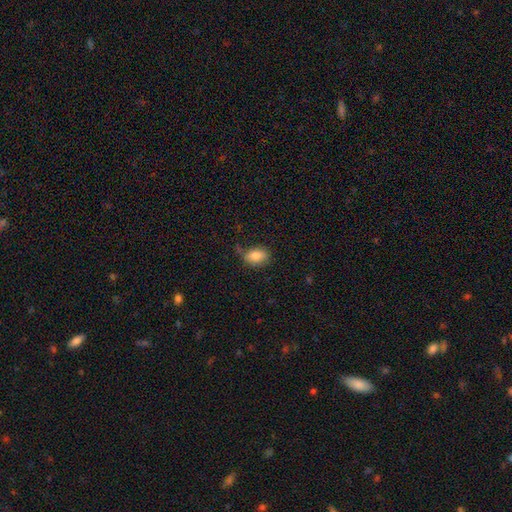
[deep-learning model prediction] Smooth or featured?
  - smooth: 81% *
  - featured or disk: 10%
  - star or artifact: 8%
How rounded?
  - in between: 79% *
  - round: 20%
  - cigar-shaped: 2%
Merging?
  - none: 62% *
  - minor disturbance: 27%
  - major disturbance: 8%
  - merger: 4%